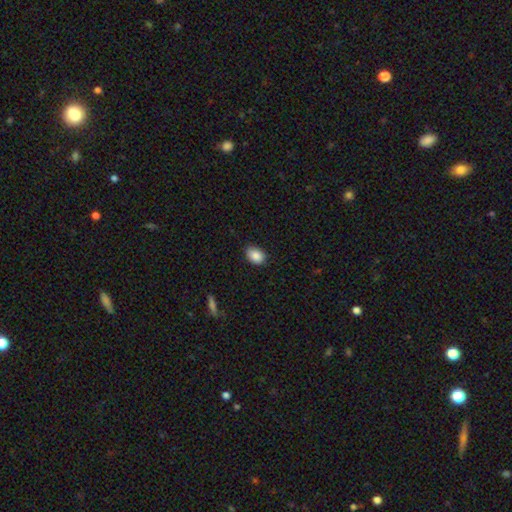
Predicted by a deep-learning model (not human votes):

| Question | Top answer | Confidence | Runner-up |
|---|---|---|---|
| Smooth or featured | smooth | 88% | star or artifact (8%) |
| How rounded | in between | 78% | round (21%) |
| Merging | none | 83% | minor disturbance (14%) |